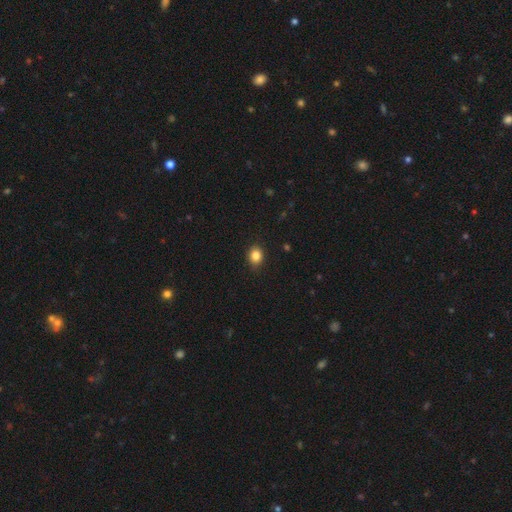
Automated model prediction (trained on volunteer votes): Overall: smooth (85%). How rounded: round (53%; in between 46%). Merging: none (87%).